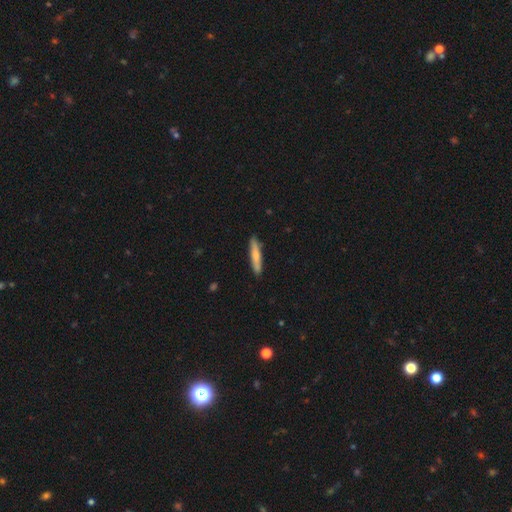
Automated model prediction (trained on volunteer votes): Overall: smooth (72%). How rounded: cigar-shaped (91%). Merging: none (89%).